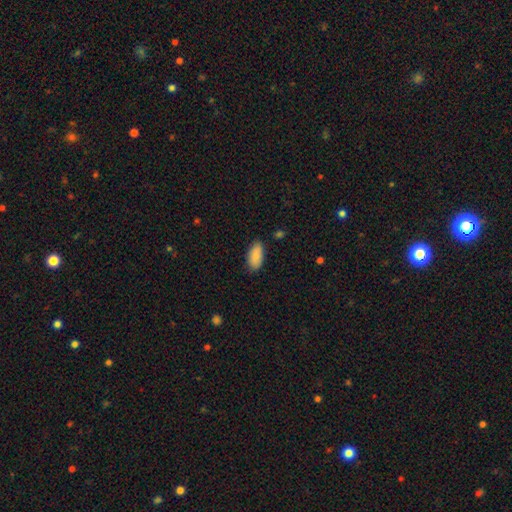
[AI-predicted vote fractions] A smooth galaxy with no disk features (88%) that is in between round and cigar-shaped (92%).

Vote fractions:
- Smooth or featured? smooth: 88% / star or artifact: 6% / featured or disk: 6%
- How rounded? in between: 92% / cigar-shaped: 5% / round: 2%
- Merging? none: 80% / minor disturbance: 15% / major disturbance: 3% / merger: 2%